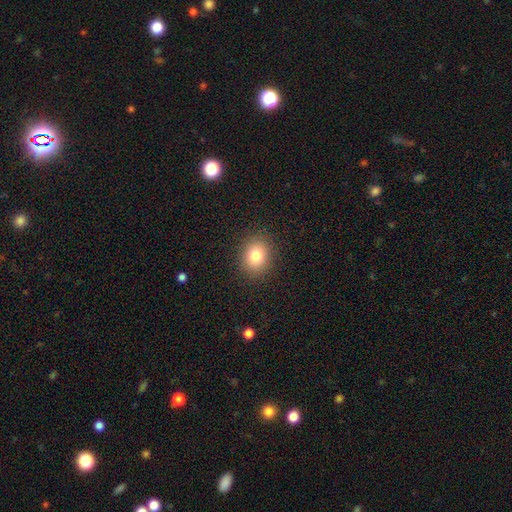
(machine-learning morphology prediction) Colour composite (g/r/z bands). It shows a smooth galaxy with no disk features (80%) that is round (62%). Merging: none (89%).